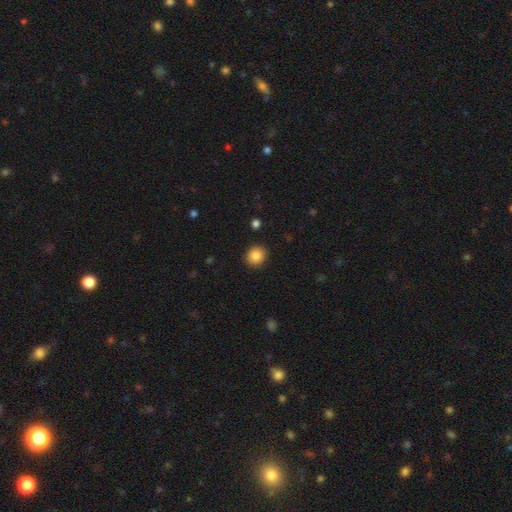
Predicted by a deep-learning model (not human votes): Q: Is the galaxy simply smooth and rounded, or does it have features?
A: smooth — 86%.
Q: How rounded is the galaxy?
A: round — 81%.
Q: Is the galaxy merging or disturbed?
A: none — 91%.